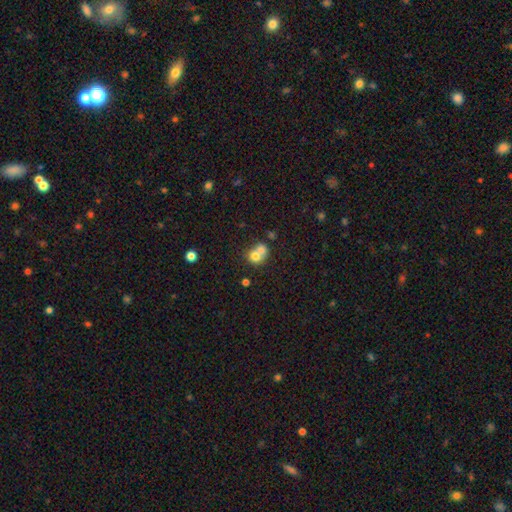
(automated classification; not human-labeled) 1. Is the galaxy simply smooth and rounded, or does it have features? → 71% smooth, 19% featured or disk, 11% star or artifact.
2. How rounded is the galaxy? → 71% round, 28% in between, 1% cigar-shaped.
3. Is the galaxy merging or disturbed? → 65% merger, 25% none, 6% minor disturbance, 3% major disturbance.